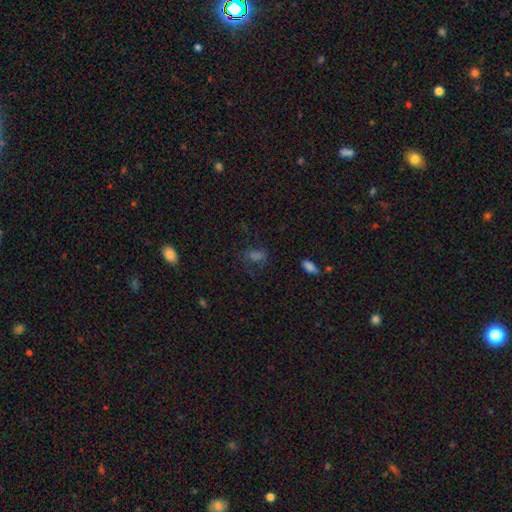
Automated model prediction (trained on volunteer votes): Smooth or featured? Predicted: smooth (p=0.56). How rounded? Predicted: in between (p=0.76). Merging? Predicted: none (p=0.61).